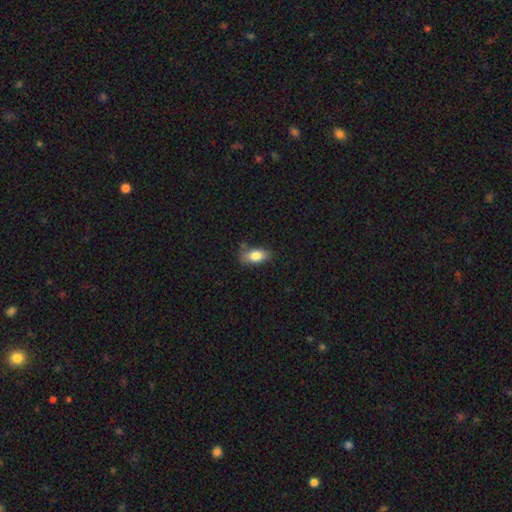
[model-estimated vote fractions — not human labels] smooth_or_featured: smooth (p=0.82) [alt: featured or disk p=0.10]
how_rounded: in between (p=0.89) [alt: cigar-shaped p=0.06]
merging: none (p=0.69) [alt: minor disturbance p=0.21]